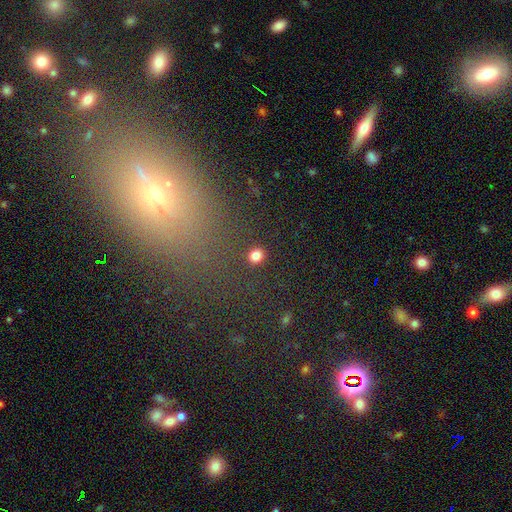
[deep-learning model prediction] Smooth or featured?
  - smooth: 81% *
  - star or artifact: 14%
  - featured or disk: 5%
How rounded?
  - round: 80% *
  - in between: 19%
  - cigar-shaped: 1%
Merging?
  - none: 90% *
  - minor disturbance: 6%
  - major disturbance: 2%
  - merger: 2%